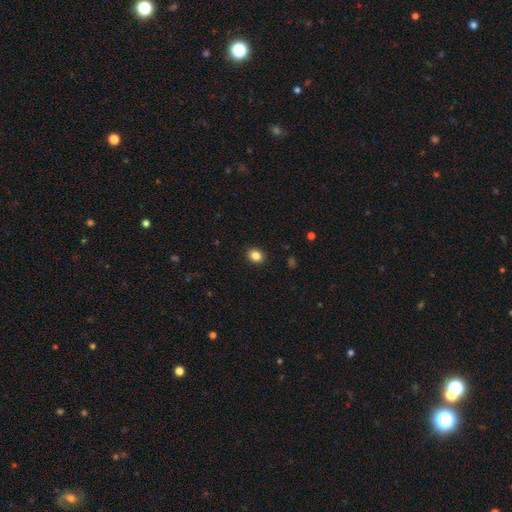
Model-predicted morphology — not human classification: The model was most divided on "how rounded": round: 66%, in between: 33%, cigar-shaped: 1%. More confident: merging — none (91%); smooth or featured — smooth (85%).